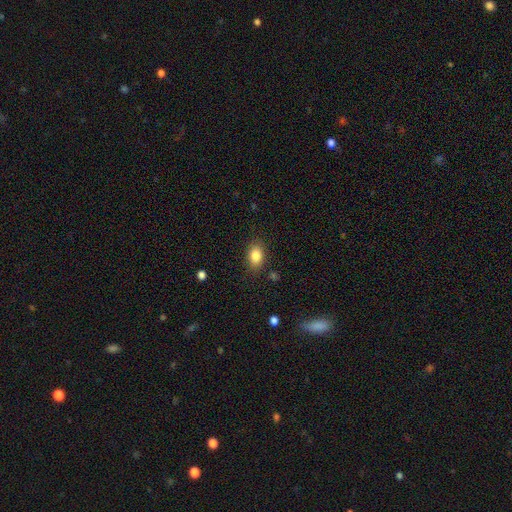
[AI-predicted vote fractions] smooth-or-featured: smooth: 84% | star or artifact: 9% | featured or disk: 7%
  how-rounded: in between: 80% | round: 18% | cigar-shaped: 2%
  merging: none: 85% | minor disturbance: 11% | major disturbance: 3% | merger: 1%